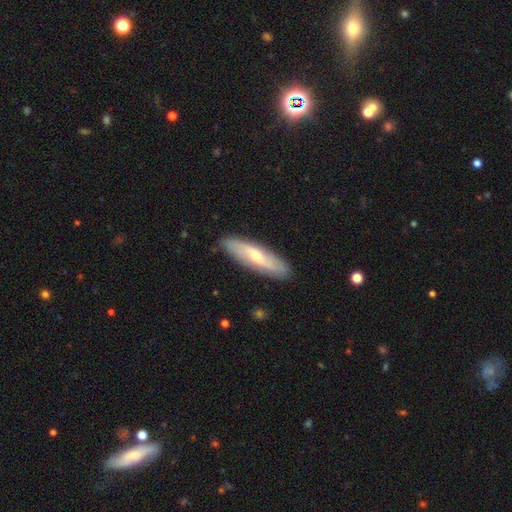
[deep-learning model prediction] Morphology: type=featured or disk (52%); edge-on=no (61%); merging=none (87%).